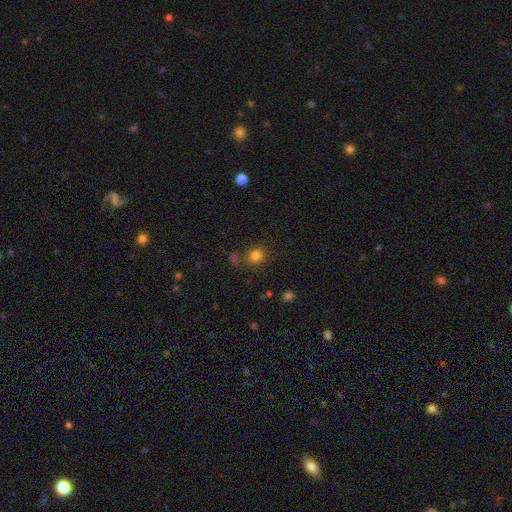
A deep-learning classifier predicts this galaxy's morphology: This is likely a smooth galaxy (80%). How rounded: clearly round (87%). Merging: likely none (76%).